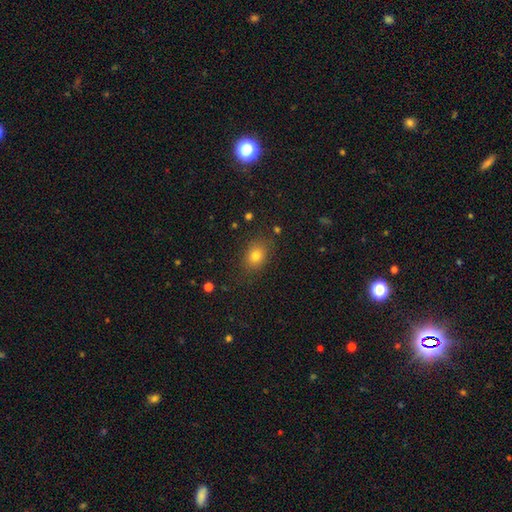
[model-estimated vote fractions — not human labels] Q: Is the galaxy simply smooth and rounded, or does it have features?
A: smooth — 78%.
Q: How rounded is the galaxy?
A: in between — 62%.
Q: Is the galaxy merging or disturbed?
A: none — 82%.